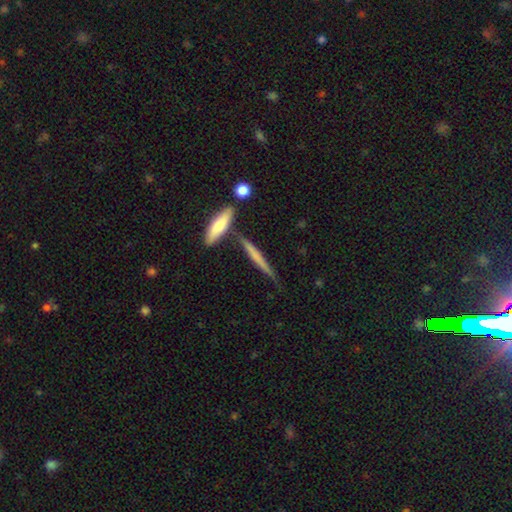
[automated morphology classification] Overall: smooth (49%; featured or disk 43%). Merging: none (69%).